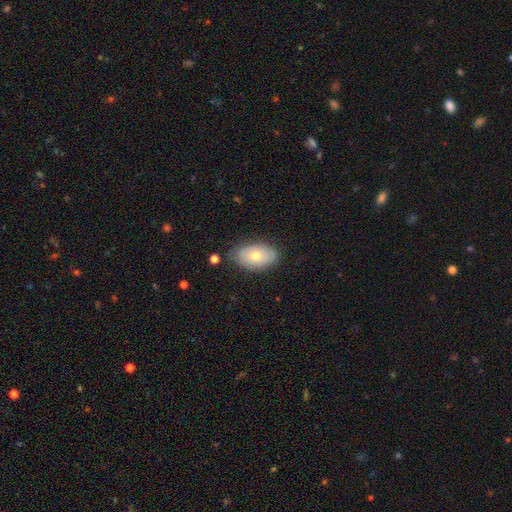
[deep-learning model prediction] Q: Smooth or featured?
A: smooth (62%); runner-up: featured or disk (30%)
Q: How rounded?
A: in between (91%); runner-up: round (7%)
Q: Merging?
A: none (77%); runner-up: minor disturbance (17%)